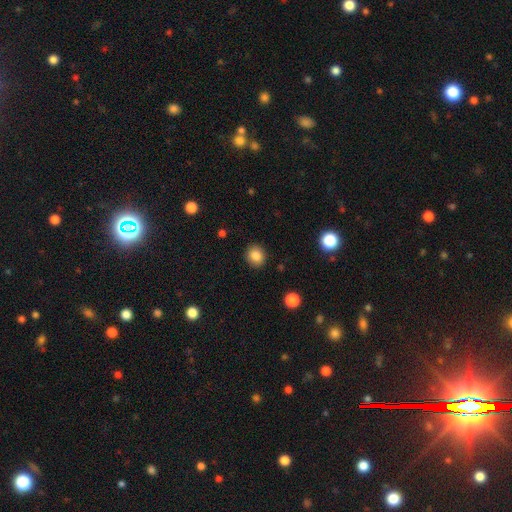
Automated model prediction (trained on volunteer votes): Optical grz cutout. It shows a smooth galaxy with no disk features (85%) that is round (80%). Merging: none (90%).